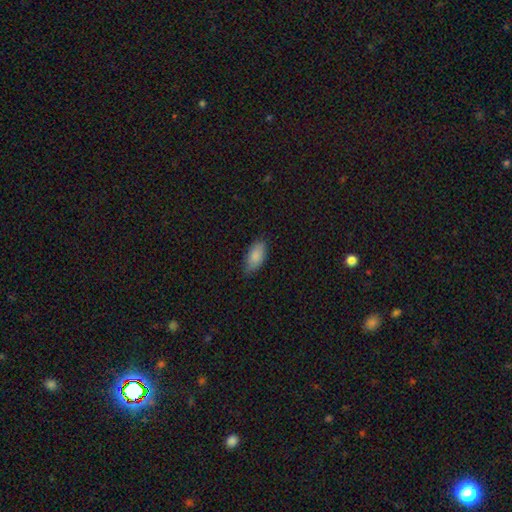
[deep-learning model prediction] This is clearly a smooth galaxy (87%). How rounded: clearly in between (92%). Merging: likely none (77%).